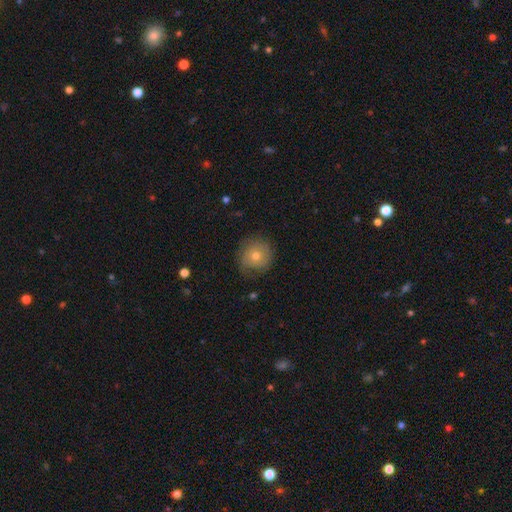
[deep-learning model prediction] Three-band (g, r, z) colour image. It shows a smooth galaxy with no disk features (59%) that is round (90%). Merging: none (71%).